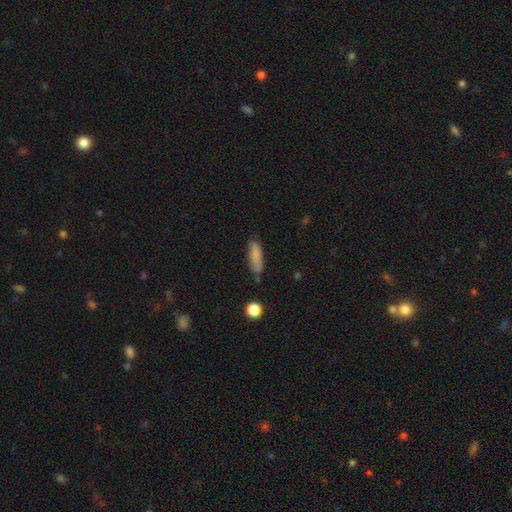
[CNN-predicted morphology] Smooth or featured? Predicted: smooth (p=0.82). How rounded? Predicted: cigar-shaped (p=0.55). Merging? Predicted: none (p=0.71).